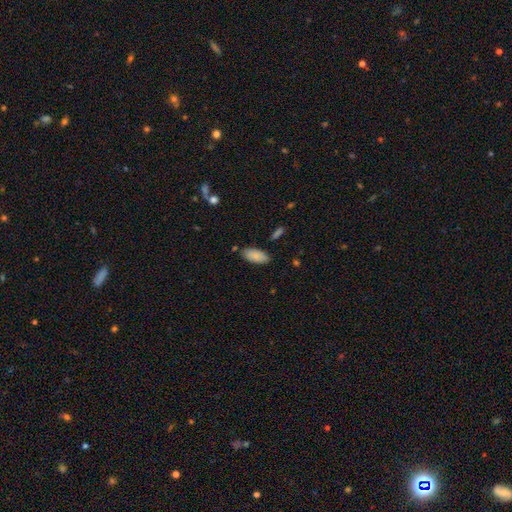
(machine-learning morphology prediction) Q: Smooth or featured?
A: smooth (86%); runner-up: featured or disk (7%)
Q: How rounded?
A: in between (90%); runner-up: cigar-shaped (8%)
Q: Merging?
A: none (81%); runner-up: minor disturbance (13%)